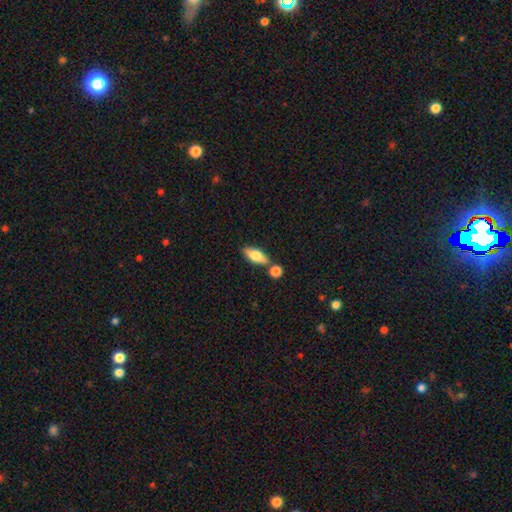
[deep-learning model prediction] Q: Smooth or featured?
A: smooth (69%); runner-up: featured or disk (25%)
Q: How rounded?
A: in between (73%); runner-up: cigar-shaped (24%)
Q: Merging?
A: none (70%); runner-up: merger (17%)